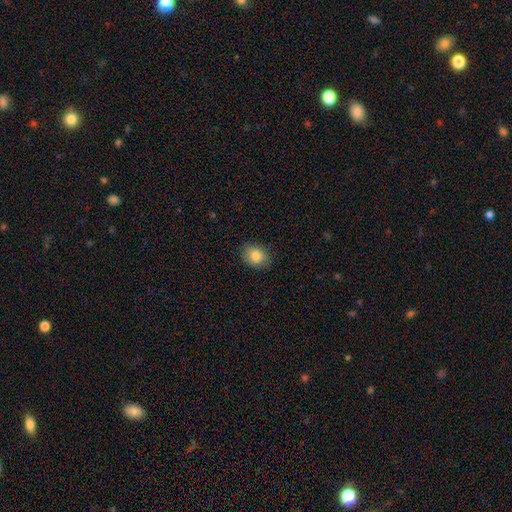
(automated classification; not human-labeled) This is clearly a smooth galaxy (84%). How rounded: possibly in between (59%). Merging: clearly none (85%).